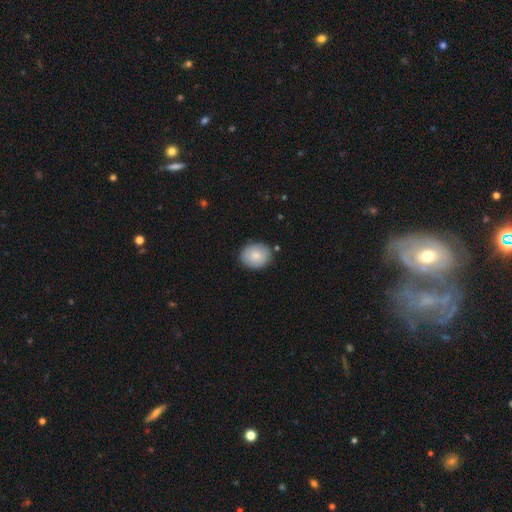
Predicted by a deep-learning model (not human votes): Morphology: type=smooth (83%); roundness=round (58%); merging=none (84%).